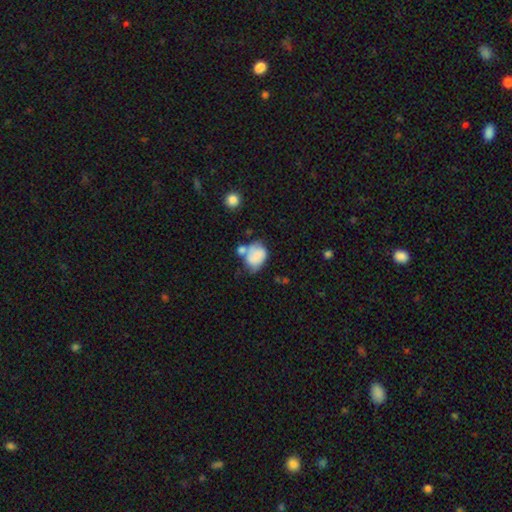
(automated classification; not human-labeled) This appears to be a smooth galaxy with no disk features (67%) that is in between round and cigar-shaped (60%). Merging: merger (32%).